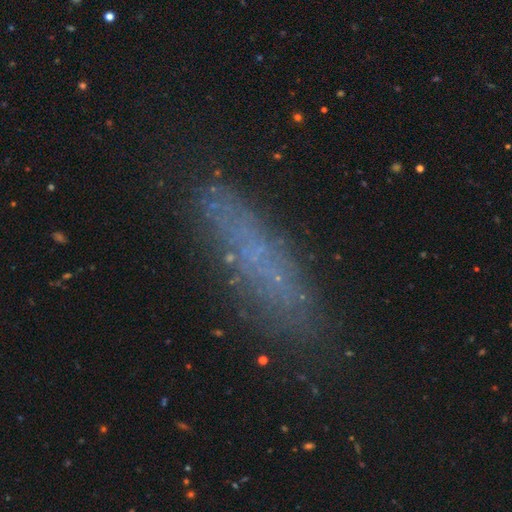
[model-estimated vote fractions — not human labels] A smooth galaxy with no disk features (52%) that is cigar-shaped (79%). Merging: none (77%).